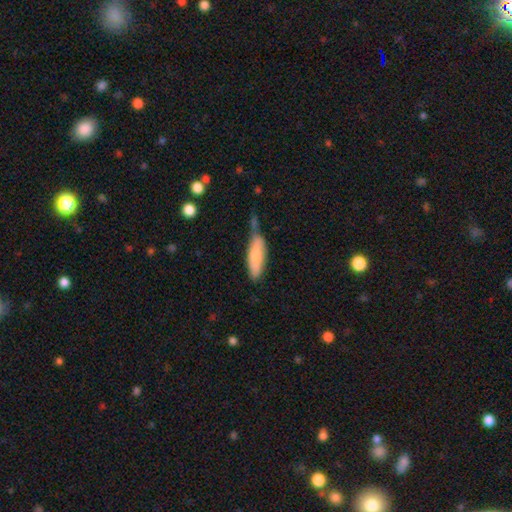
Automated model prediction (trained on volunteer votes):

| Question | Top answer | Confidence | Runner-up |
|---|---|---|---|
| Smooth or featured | smooth | 72% | featured or disk (23%) |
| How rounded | cigar-shaped | 51% | in between (47%) |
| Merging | none | 39% | minor disturbance (32%) |